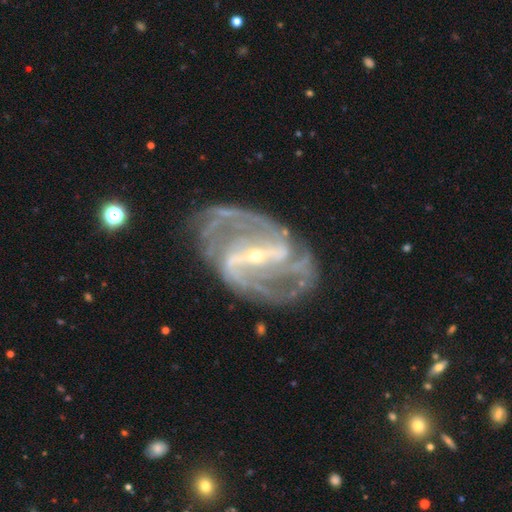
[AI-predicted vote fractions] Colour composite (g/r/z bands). It shows a featured or disk galaxy (92%) with a strong bar (76%), 2 (56%) medium (50%) spiral arms (97%) and a small central bulge (81%). Merging: none (71%).